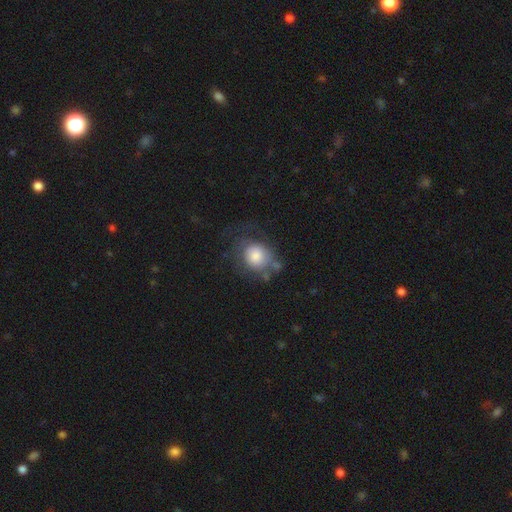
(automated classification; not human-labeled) Smooth or featured? Predicted: smooth (p=0.70). How rounded? Predicted: round (p=0.74). Merging? Predicted: none (p=0.46).